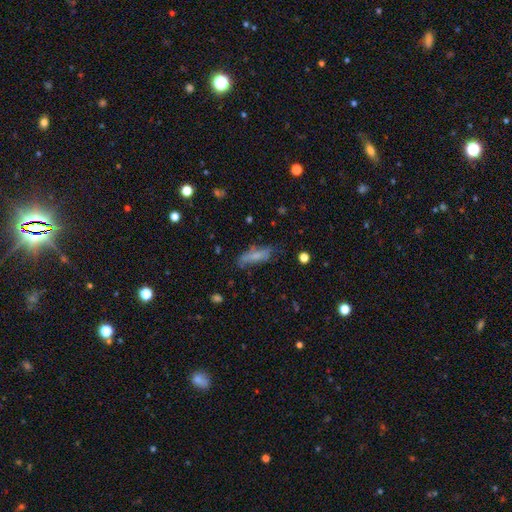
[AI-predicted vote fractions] Smooth or featured?
  - smooth: 65% *
  - featured or disk: 27%
  - star or artifact: 9%
How rounded?
  - cigar-shaped: 53% *
  - in between: 45%
  - round: 2%
Merging?
  - none: 60% *
  - minor disturbance: 26%
  - major disturbance: 10%
  - merger: 3%